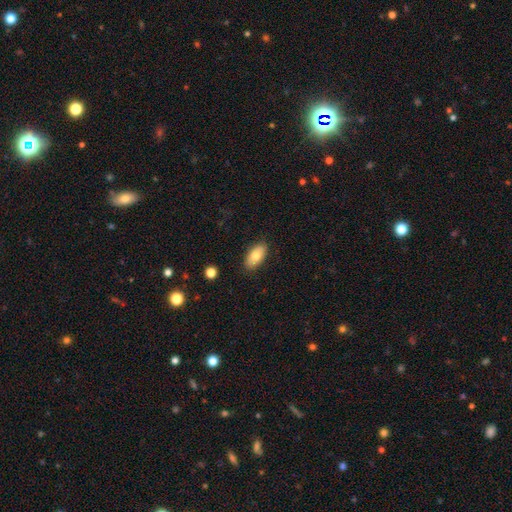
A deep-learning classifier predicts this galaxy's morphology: Smooth or featured? Predicted: smooth (p=0.78). How rounded? Predicted: in between (p=0.91). Merging? Predicted: none (p=0.87).